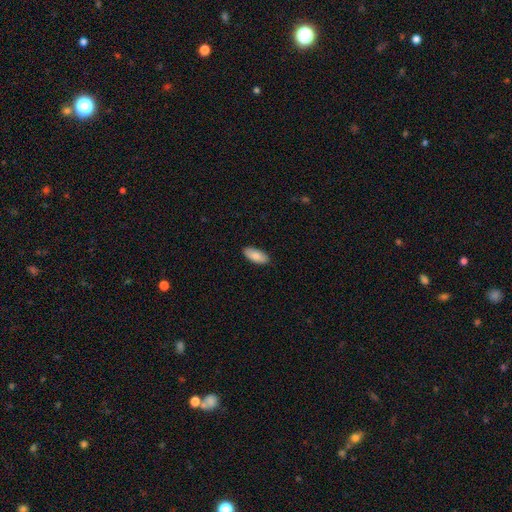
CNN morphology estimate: smooth 86%, featured or disk 8%, star or artifact 6%. Down the decision tree: how rounded — in between (88%); merging — none (89%).